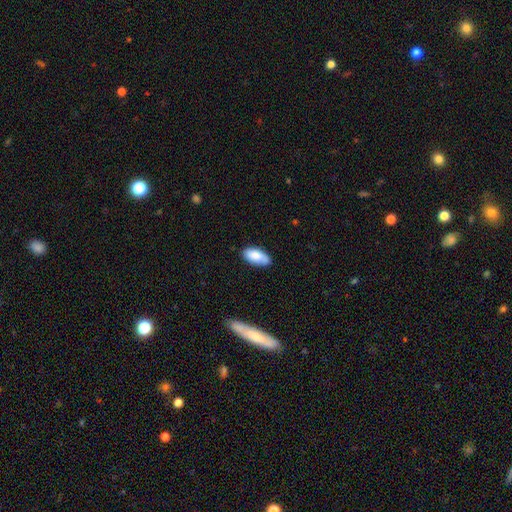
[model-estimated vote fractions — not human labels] A smooth galaxy with no disk features (82%) that is in between round and cigar-shaped (92%).

Vote fractions:
- Smooth or featured? smooth: 82% / featured or disk: 11% / star or artifact: 7%
- How rounded? in between: 92% / cigar-shaped: 5% / round: 2%
- Merging? none: 72% / minor disturbance: 22% / major disturbance: 4% / merger: 3%